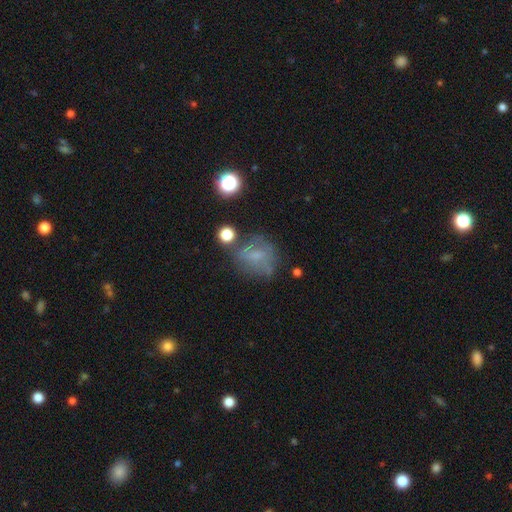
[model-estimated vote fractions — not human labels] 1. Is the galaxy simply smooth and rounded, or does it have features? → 42% smooth, 40% featured or disk, 18% star or artifact.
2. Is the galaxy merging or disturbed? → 53% none, 22% minor disturbance, 18% major disturbance, 7% merger.